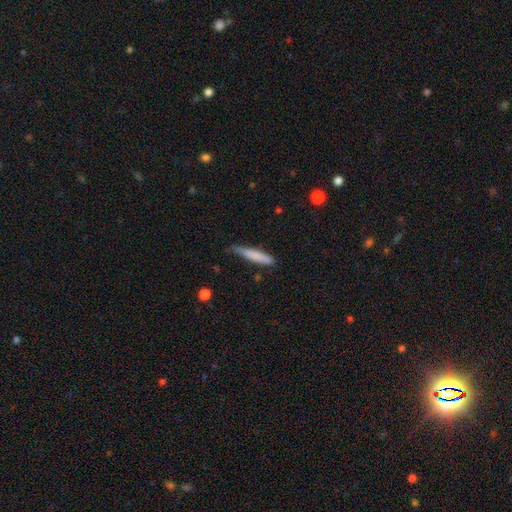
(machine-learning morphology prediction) The model was most divided on "merging": none: 58%, minor disturbance: 33%, major disturbance: 6%, merger: 2%. More confident: how rounded — cigar-shaped (90%); smooth or featured — smooth (75%).